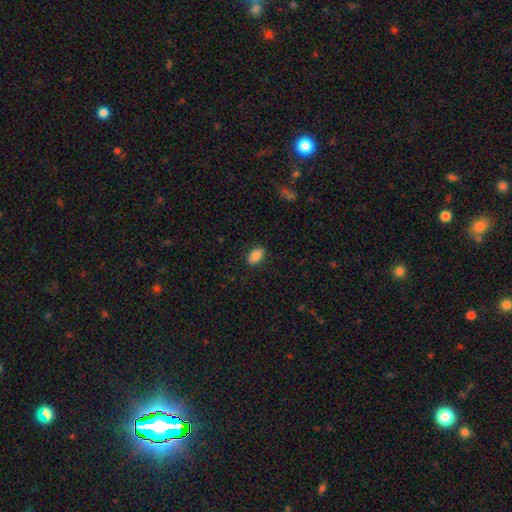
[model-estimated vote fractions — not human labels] A smooth galaxy with no disk features (84%) that is in between round and cigar-shaped (89%). Merging: none (87%).